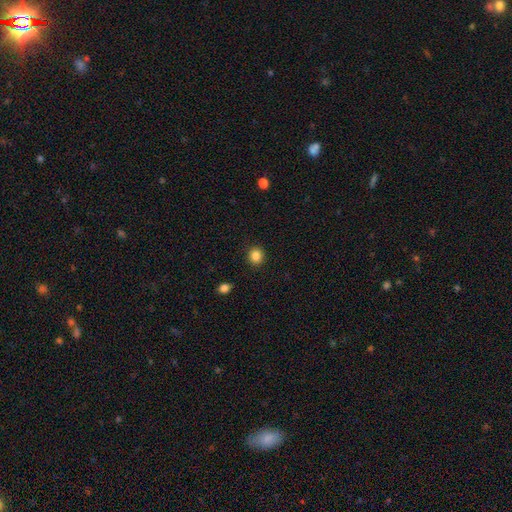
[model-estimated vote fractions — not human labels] This is clearly a smooth galaxy (86%). How rounded: clearly round (83%). Merging: clearly none (91%).